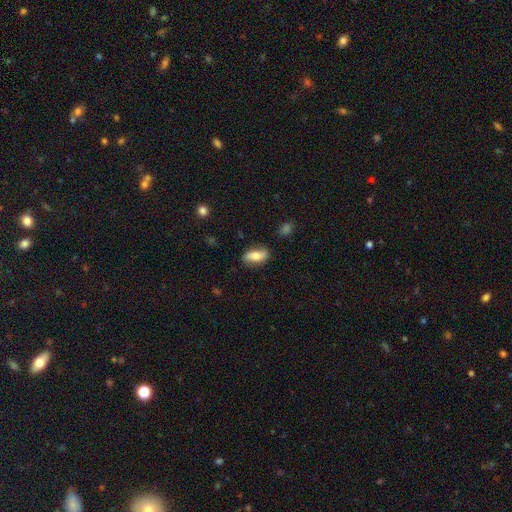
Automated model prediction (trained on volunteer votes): smooth_or_featured: smooth (p=0.63) [alt: featured or disk p=0.30]
how_rounded: in between (p=0.84) [alt: cigar-shaped p=0.11]
merging: none (p=0.77) [alt: minor disturbance p=0.17]